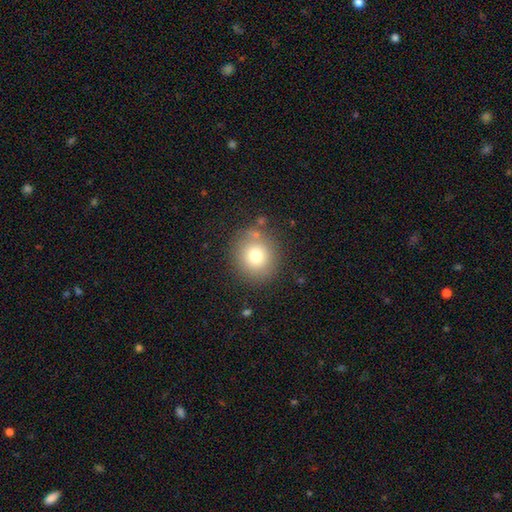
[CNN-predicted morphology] A smooth galaxy with no disk features (75%) that is round (89%). Merging: none (81%).